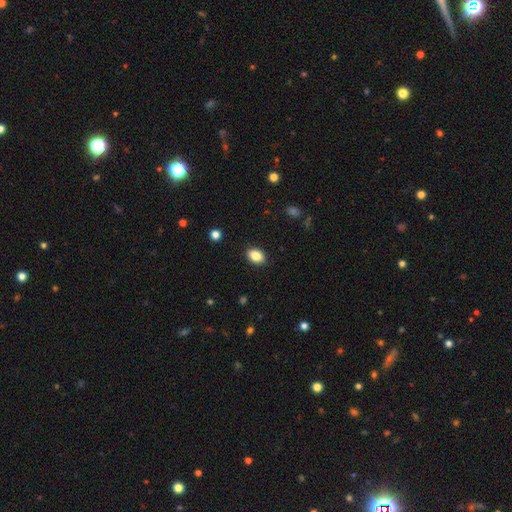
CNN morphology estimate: Smooth or featured: smooth — 86% (star or artifact — 8%)
How rounded: in between — 81% (round — 18%)
Merging: none — 90% (minor disturbance — 8%)